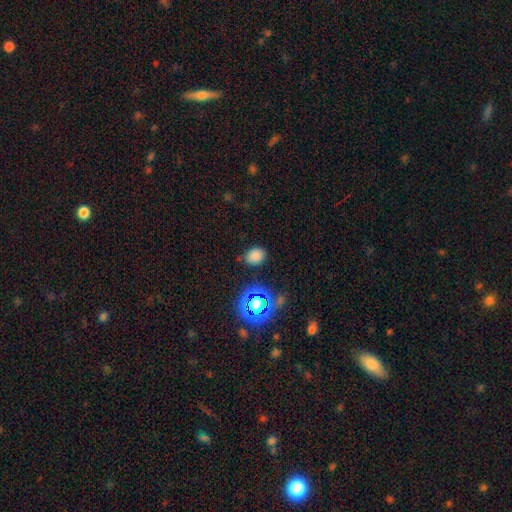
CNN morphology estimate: This appears to be a smooth galaxy with no disk features (73%) that is in between round and cigar-shaped (56%). Merging: none (81%).